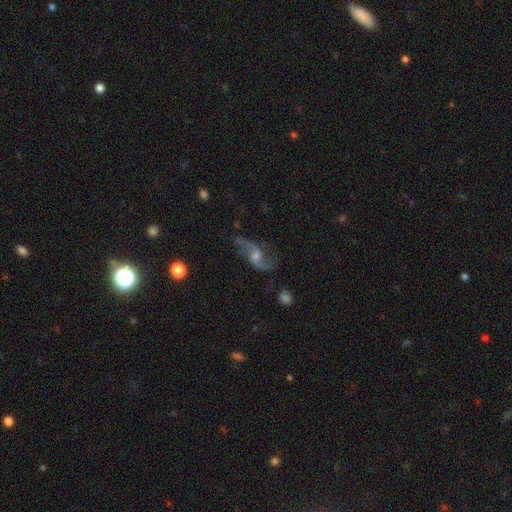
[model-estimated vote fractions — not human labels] Smooth or featured: featured or disk — 86% (star or artifact — 8%)
Edge-on disk: no — 95% (yes — 5%)
Bar: no — 48% (weak — 42%)
Spiral arms: yes — 96% (no — 4%)
Spiral winding: loose — 78% (medium — 18%)
Spiral arm count: 2 — 93% (can't tell — 2%)
Bulge size: moderate — 49% (small — 33%)
Merging: none — 74% (minor disturbance — 15%)